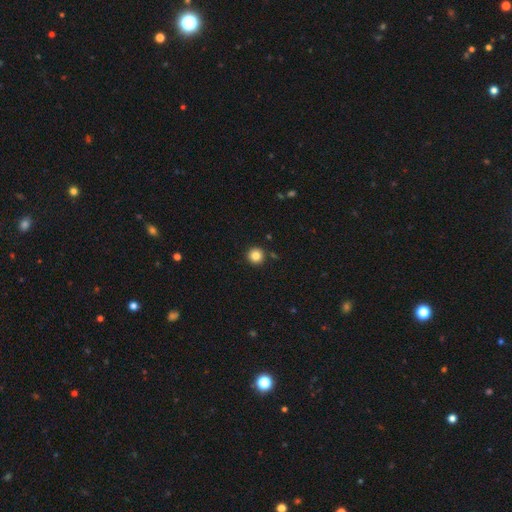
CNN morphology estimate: smooth_or_featured: smooth (p=0.84) [alt: star or artifact p=0.11]
how_rounded: round (p=0.96) [alt: in between p=0.03]
merging: none (p=0.91) [alt: minor disturbance p=0.05]